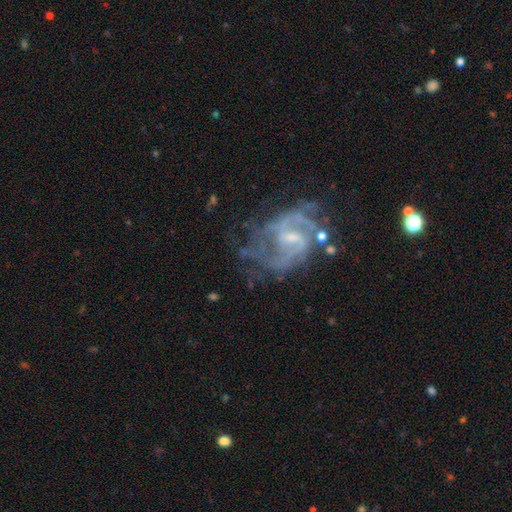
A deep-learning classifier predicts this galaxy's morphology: Q: Smooth or featured?
A: featured or disk (77%); runner-up: star or artifact (15%)
Q: Edge-on disk?
A: no (97%); runner-up: yes (3%)
Q: Bar?
A: weak (50%); runner-up: no (32%)
Q: Spiral arms?
A: yes (92%); runner-up: no (8%)
Q: Spiral winding?
A: medium (48%); runner-up: tight (29%)
Q: Spiral arm count?
A: 2 (43%); runner-up: can't tell (23%)
Q: Bulge size?
A: small (62%); runner-up: moderate (24%)
Q: Merging?
A: none (66%); runner-up: minor disturbance (16%)